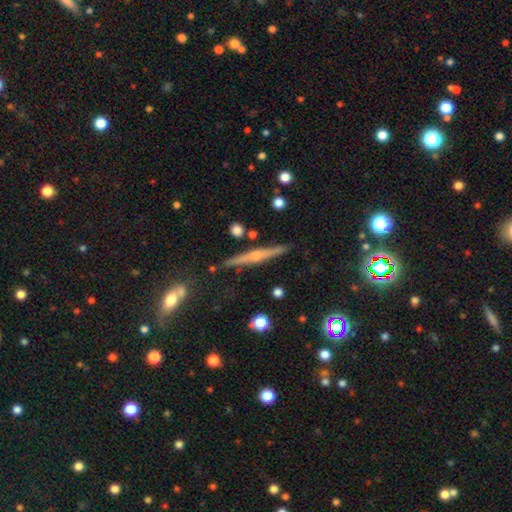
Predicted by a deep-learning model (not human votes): smooth-or-featured: featured or disk: 69% | smooth: 23% | star or artifact: 8%
  disk-edge-on: yes: 97% | no: 3%
    edge-on-bulge: rounded: 76% | none: 13% | boxy: 11%
  merging: none: 87% | minor disturbance: 9% | merger: 3% | major disturbance: 2%